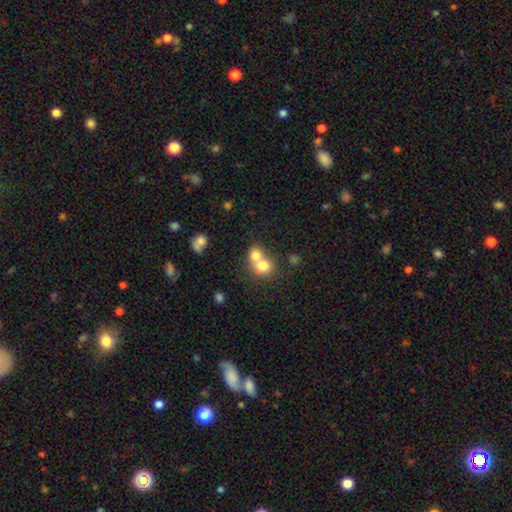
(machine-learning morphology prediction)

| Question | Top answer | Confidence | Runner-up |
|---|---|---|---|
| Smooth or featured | smooth | 74% | featured or disk (15%) |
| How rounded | round | 74% | in between (25%) |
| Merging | merger | 66% | none (26%) |